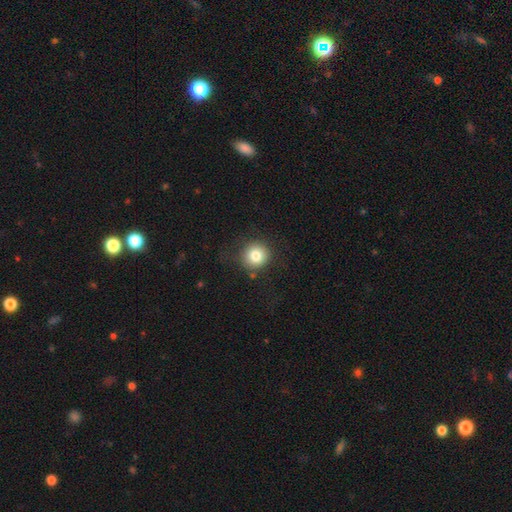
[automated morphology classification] The model was most divided on "smooth or featured": smooth: 81%, star or artifact: 10%, featured or disk: 9%. More confident: how rounded — round (93%); merging — none (83%).